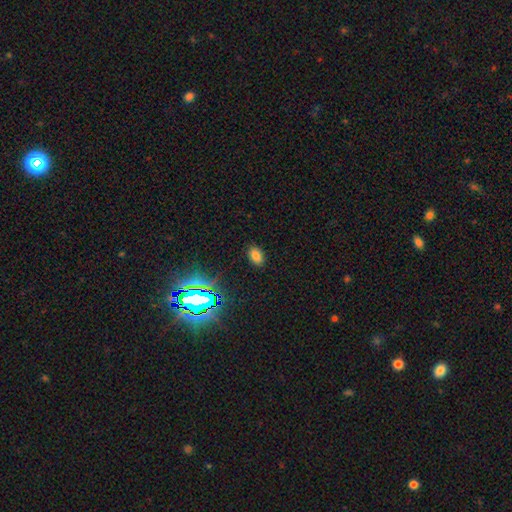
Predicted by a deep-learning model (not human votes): Smooth or featured?
  - smooth: 74% *
  - star or artifact: 20%
  - featured or disk: 6%
How rounded?
  - in between: 87% *
  - round: 12%
  - cigar-shaped: 1%
Merging?
  - none: 87% *
  - minor disturbance: 9%
  - major disturbance: 3%
  - merger: 1%